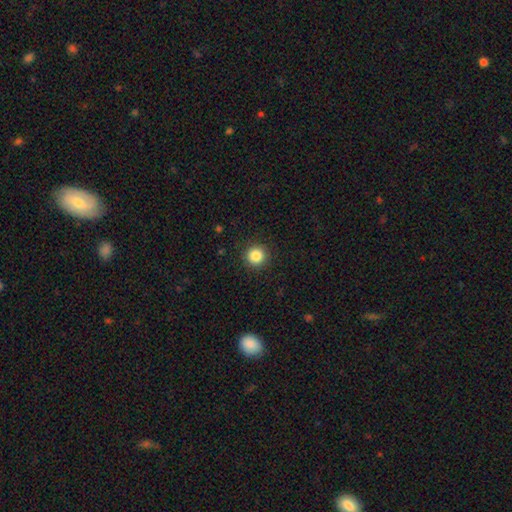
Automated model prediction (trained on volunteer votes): The model was most divided on "smooth or featured": smooth: 86%, star or artifact: 10%, featured or disk: 4%. More confident: how rounded — round (95%); merging — none (92%).